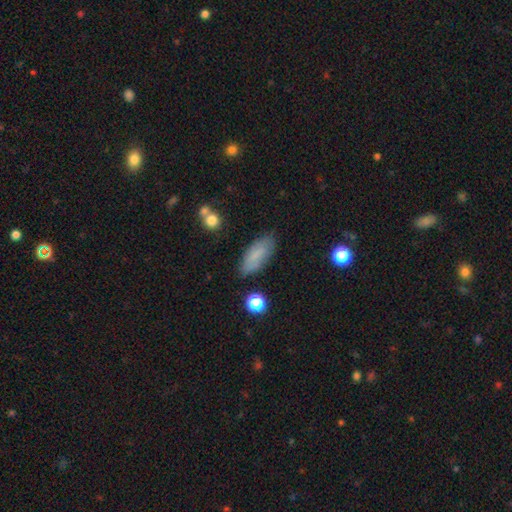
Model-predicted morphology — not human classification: Smooth or featured? smooth (77%)
How rounded? in between (79%)
Merging? none (80%)